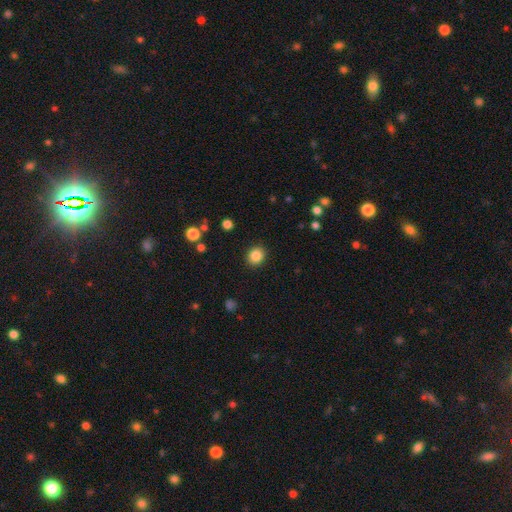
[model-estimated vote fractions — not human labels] Smooth or featured: smooth — 85% (star or artifact — 10%)
How rounded: round — 77% (in between — 22%)
Merging: none — 90% (minor disturbance — 7%)